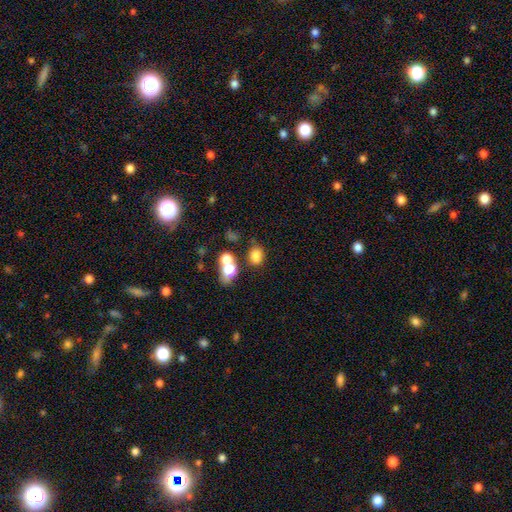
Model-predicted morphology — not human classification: Overall: smooth (76%). How rounded: in between (57%; round 41%). Merging: none (55%; merger 22%).